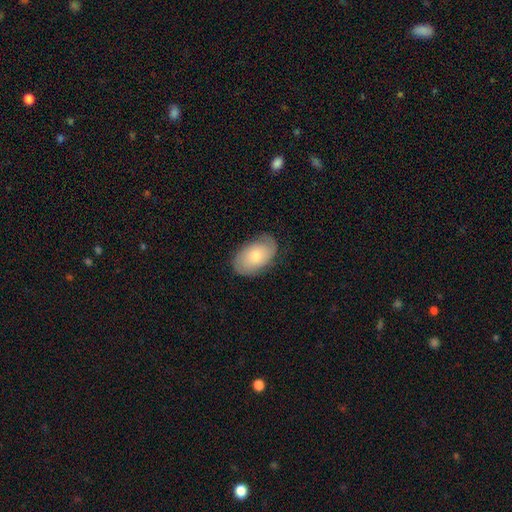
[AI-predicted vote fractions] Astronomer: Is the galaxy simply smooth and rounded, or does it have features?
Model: smooth — 51% (runner-up: featured or disk, 42%).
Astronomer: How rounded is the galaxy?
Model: in between — 90%.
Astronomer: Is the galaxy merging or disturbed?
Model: none — 77%.